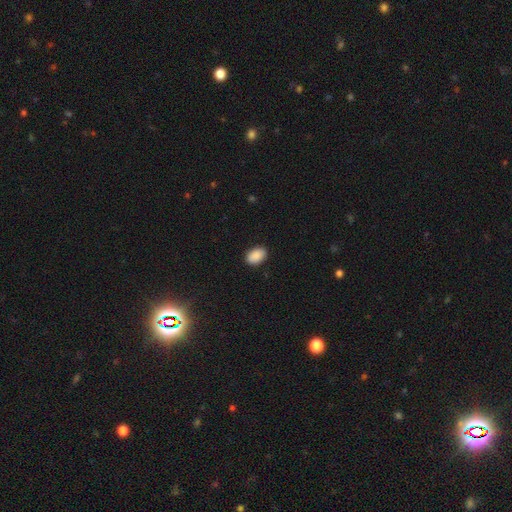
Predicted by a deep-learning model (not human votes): Morphology: type=smooth (90%); roundness=in between (88%); merging=none (88%).